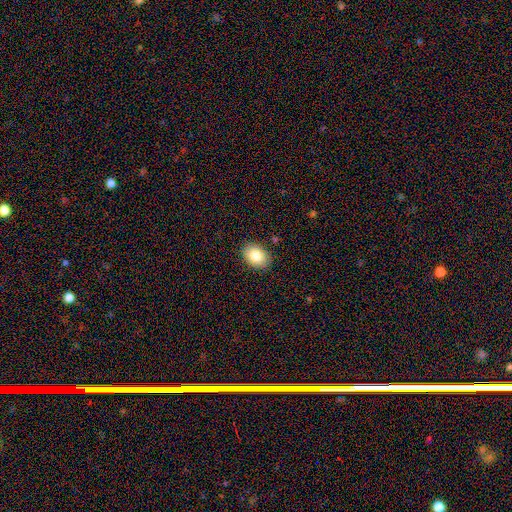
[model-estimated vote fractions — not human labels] Smooth or featured? smooth (83%)
How rounded? in between (72%)
Merging? none (88%)